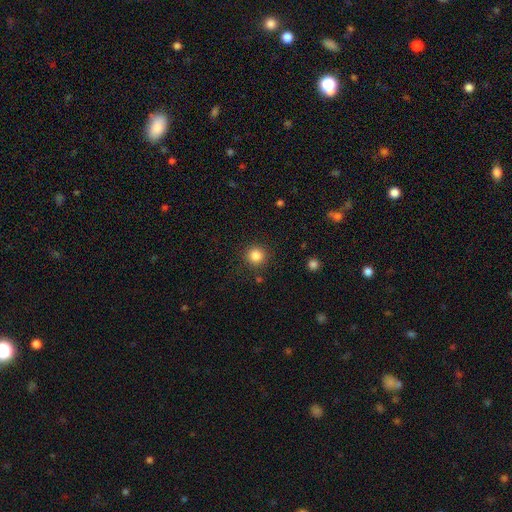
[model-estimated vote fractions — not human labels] Smooth or featured: smooth — 84% (star or artifact — 11%)
How rounded: round — 94% (in between — 5%)
Merging: none — 89% (minor disturbance — 6%)